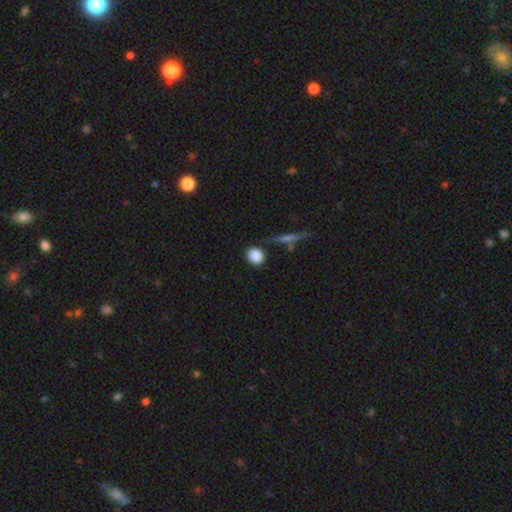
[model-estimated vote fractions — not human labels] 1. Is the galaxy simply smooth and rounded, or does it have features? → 87% smooth, 8% star or artifact, 4% featured or disk.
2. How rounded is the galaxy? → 71% round, 26% in between, 3% cigar-shaped.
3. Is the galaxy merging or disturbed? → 80% none, 12% minor disturbance, 4% merger, 4% major disturbance.